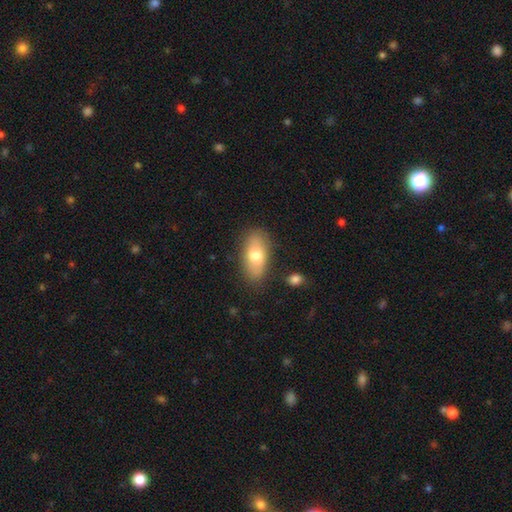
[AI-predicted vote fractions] Smooth or featured?
  - smooth: 71% *
  - featured or disk: 22%
  - star or artifact: 7%
How rounded?
  - in between: 89% *
  - cigar-shaped: 6%
  - round: 4%
Merging?
  - none: 81% *
  - minor disturbance: 13%
  - major disturbance: 3%
  - merger: 2%